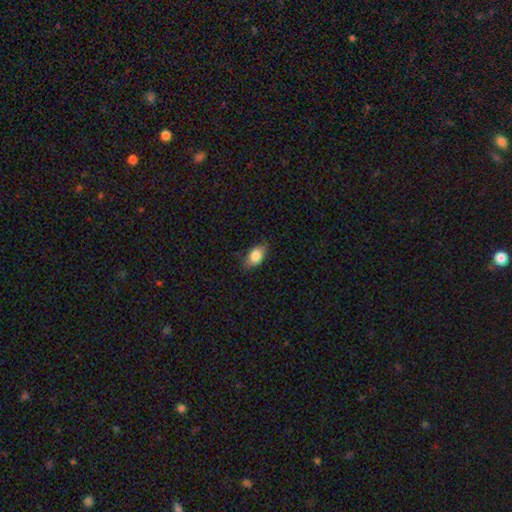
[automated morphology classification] Smooth or featured: smooth — 83% (featured or disk — 10%)
How rounded: in between — 86% (round — 10%)
Merging: none — 74% (minor disturbance — 21%)